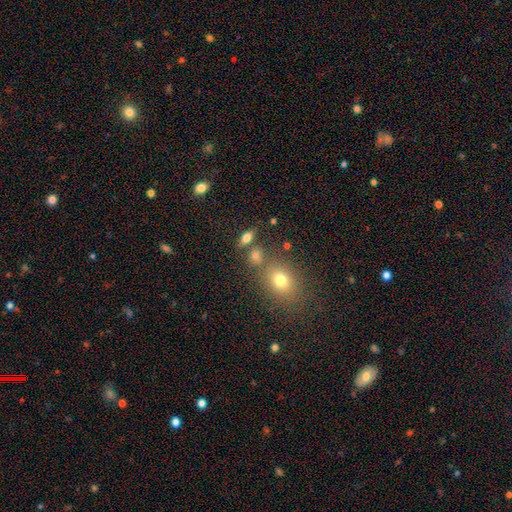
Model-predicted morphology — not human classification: Smooth or featured?
  - smooth: 69% *
  - featured or disk: 17%
  - star or artifact: 14%
How rounded?
  - in between: 64% *
  - round: 26%
  - cigar-shaped: 10%
Merging?
  - none: 67% *
  - merger: 17%
  - minor disturbance: 11%
  - major disturbance: 5%